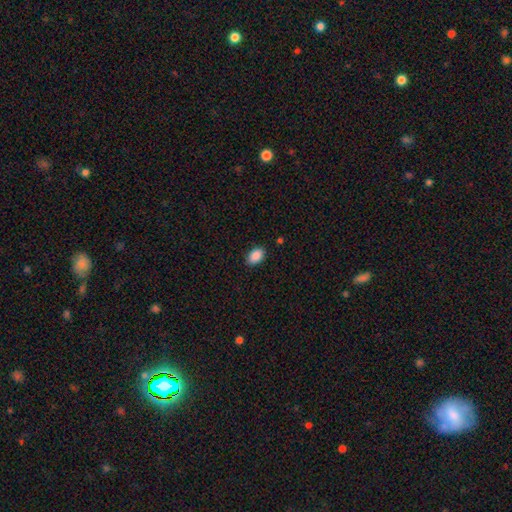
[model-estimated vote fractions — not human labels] Overall: smooth (90%). How rounded: in between (89%). Merging: none (87%).